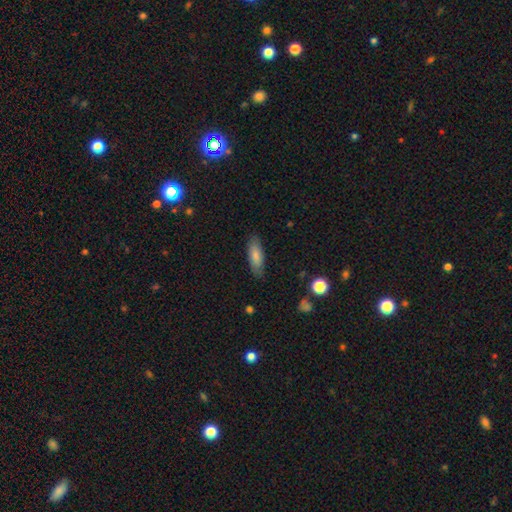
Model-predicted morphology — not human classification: Overall: smooth (80%). How rounded: in between (68%; cigar-shaped 31%). Merging: none (81%).